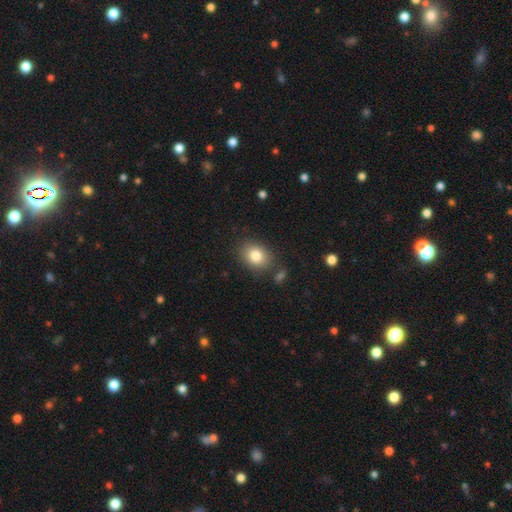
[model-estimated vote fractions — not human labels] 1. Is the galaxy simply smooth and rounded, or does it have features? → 82% smooth, 9% star or artifact, 9% featured or disk.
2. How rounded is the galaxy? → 59% in between, 40% round, 1% cigar-shaped.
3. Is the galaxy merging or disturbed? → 82% none, 11% minor disturbance, 4% merger, 3% major disturbance.